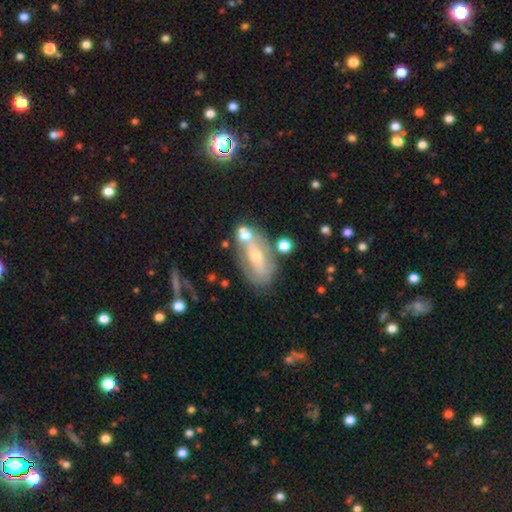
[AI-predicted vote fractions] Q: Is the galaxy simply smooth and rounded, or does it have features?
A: featured or disk — 60%.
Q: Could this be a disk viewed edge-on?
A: no — 86%.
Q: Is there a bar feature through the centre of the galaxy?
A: no — 51%.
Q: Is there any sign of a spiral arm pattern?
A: no — 55%.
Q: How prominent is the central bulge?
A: small — 54%.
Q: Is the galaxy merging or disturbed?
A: none — 60%.